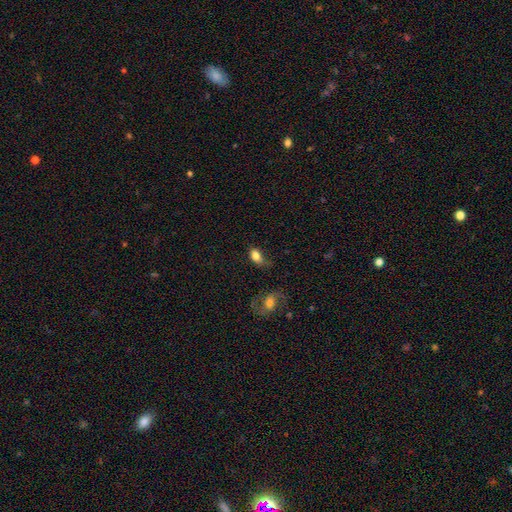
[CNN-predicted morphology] smooth_or_featured: smooth (p=0.77) [alt: featured or disk p=0.14]
how_rounded: in between (p=0.83) [alt: round p=0.14]
merging: none (p=0.46) [alt: minor disturbance p=0.30]